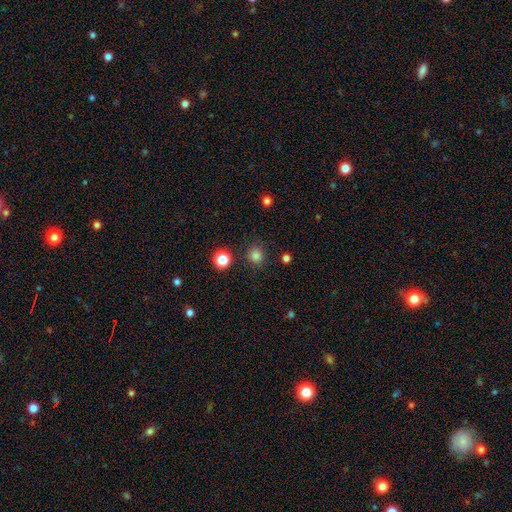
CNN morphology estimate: smooth-or-featured: smooth: 83% | star or artifact: 13% | featured or disk: 4%
  how-rounded: round: 90% | in between: 9% | cigar-shaped: 1%
  merging: none: 87% | minor disturbance: 8% | major disturbance: 3% | merger: 2%